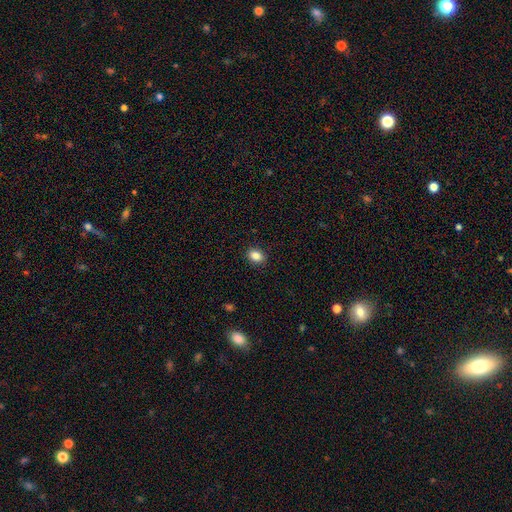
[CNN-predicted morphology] This appears to be a smooth galaxy with no disk features (85%) that is in between round and cigar-shaped (70%). Merging: none (89%).